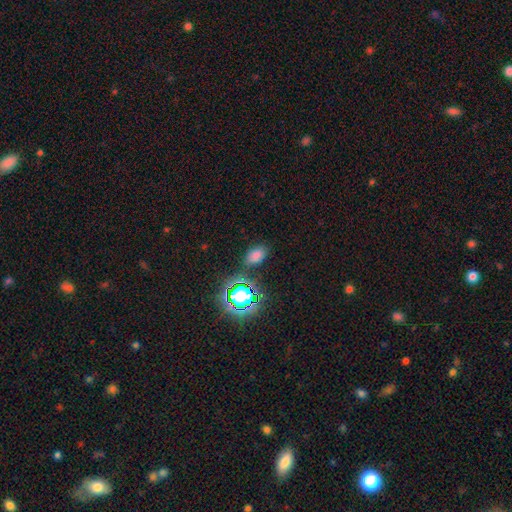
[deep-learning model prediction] Smooth or featured: smooth — 70% (star or artifact — 23%)
How rounded: in between — 87% (round — 12%)
Merging: none — 80% (minor disturbance — 12%)